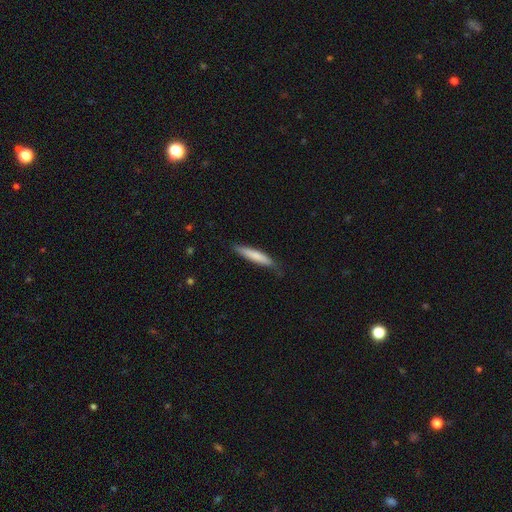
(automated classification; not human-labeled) The model was most divided on "smooth or featured": smooth: 76%, featured or disk: 19%, star or artifact: 5%. More confident: how rounded — cigar-shaped (90%); merging — none (80%).